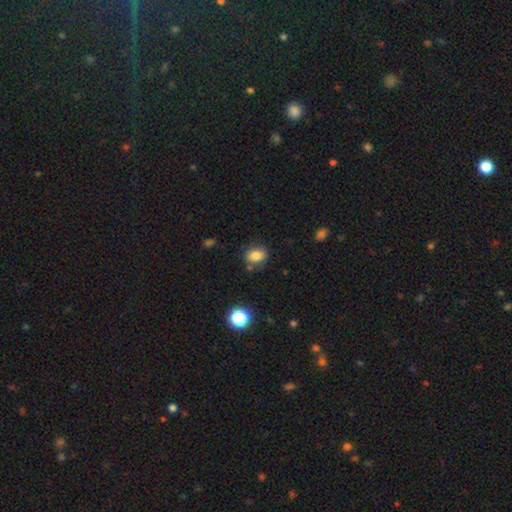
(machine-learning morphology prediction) smooth-or-featured: smooth: 82% | star or artifact: 11% | featured or disk: 7%
  how-rounded: in between: 70% | round: 28% | cigar-shaped: 1%
  merging: none: 77% | minor disturbance: 15% | merger: 4% | major disturbance: 4%